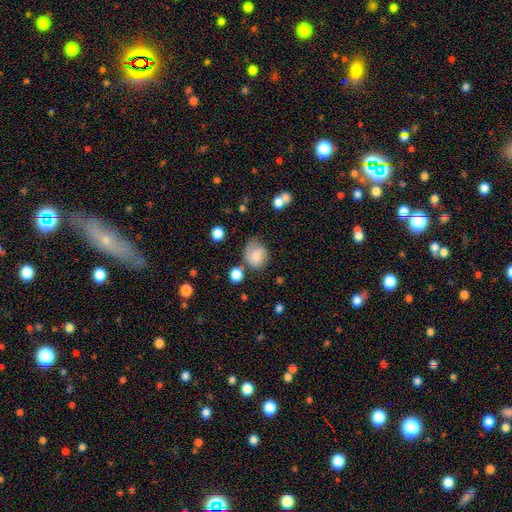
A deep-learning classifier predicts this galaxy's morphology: A smooth galaxy with no disk features (58%) that is round (68%). Merging: none (55%).